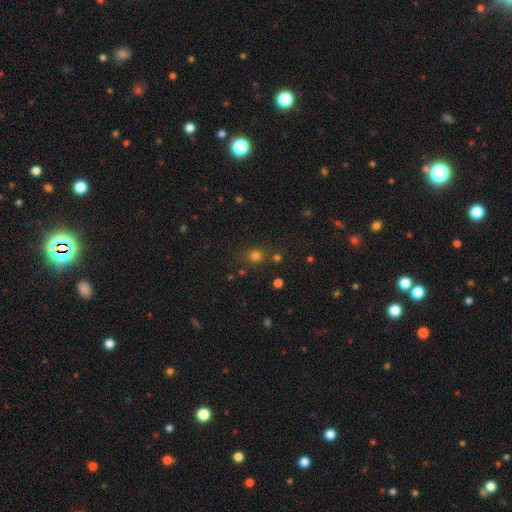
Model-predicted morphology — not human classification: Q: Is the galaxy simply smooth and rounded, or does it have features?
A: smooth — 73%.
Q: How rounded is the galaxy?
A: round — 80%.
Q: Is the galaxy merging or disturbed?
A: none — 79%.